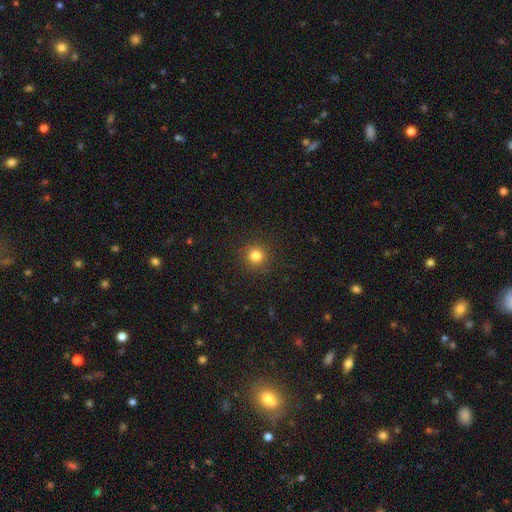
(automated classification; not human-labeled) Smooth or featured? smooth (82%)
How rounded? round (94%)
Merging? none (91%)